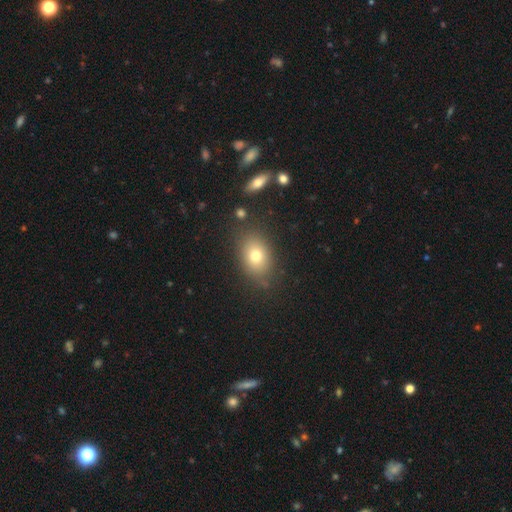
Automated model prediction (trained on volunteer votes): This is likely a smooth galaxy (74%). How rounded: likely in between (75%). Merging: likely none (79%).